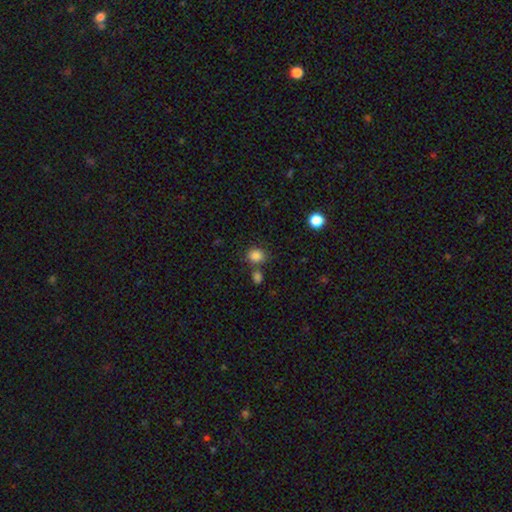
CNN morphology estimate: Overall: smooth (84%). How rounded: round (76%). Merging: none (68%).